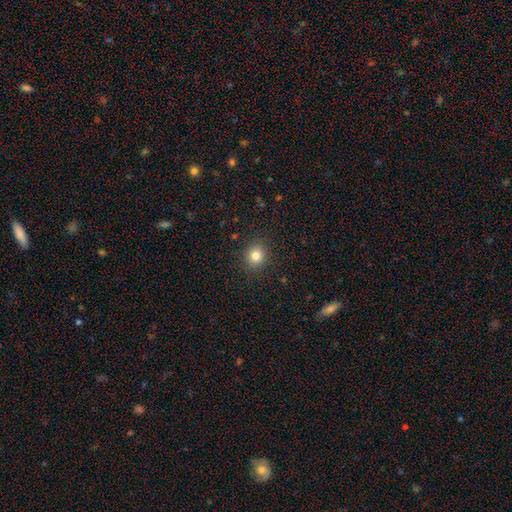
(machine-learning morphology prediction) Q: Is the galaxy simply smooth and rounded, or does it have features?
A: smooth — 82%.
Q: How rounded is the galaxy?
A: round — 81%.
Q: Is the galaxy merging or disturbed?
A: none — 89%.